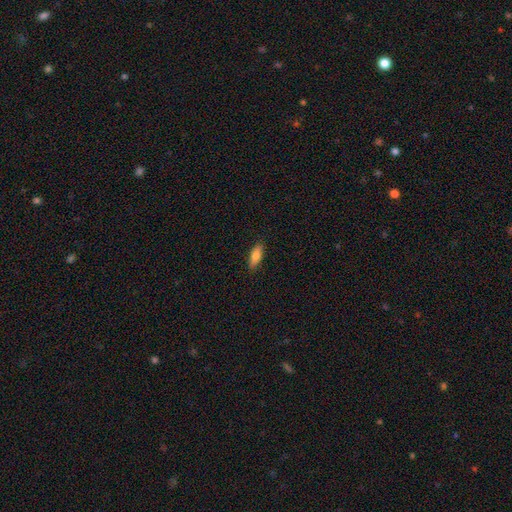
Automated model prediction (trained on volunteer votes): Smooth or featured? Predicted: smooth (p=0.79). How rounded? Predicted: in between (p=0.64). Merging? Predicted: none (p=0.87).